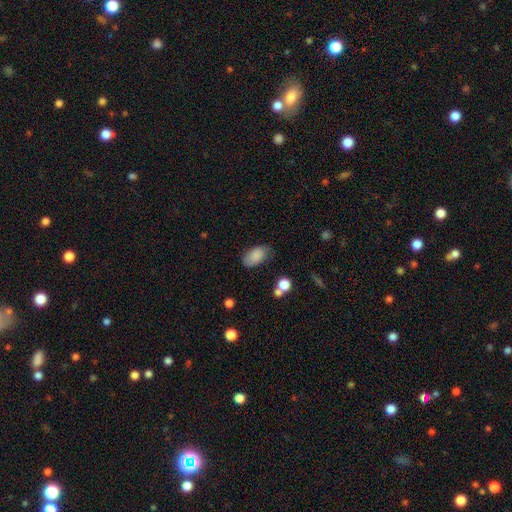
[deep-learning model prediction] smooth_or_featured: smooth (p=0.84) [alt: featured or disk p=0.09]
how_rounded: in between (p=0.92) [alt: round p=0.06]
merging: none (p=0.68) [alt: minor disturbance p=0.23]